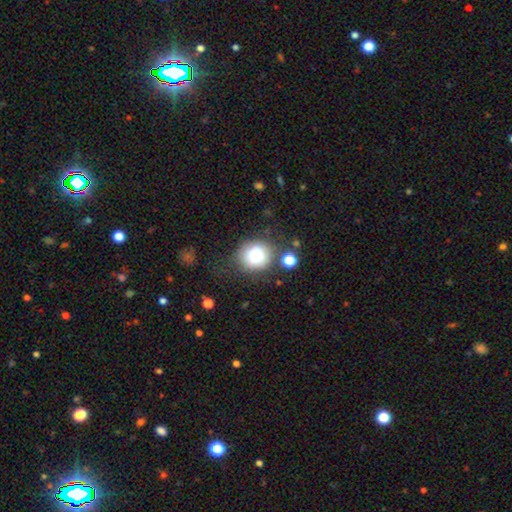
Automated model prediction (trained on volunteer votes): A smooth galaxy with no disk features (78%) that is round (80%). Merging: none (68%).